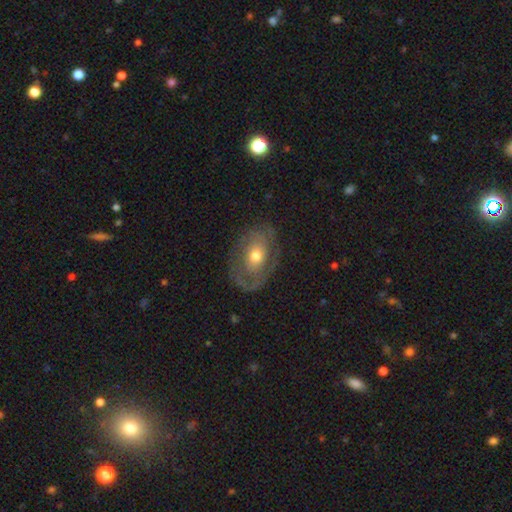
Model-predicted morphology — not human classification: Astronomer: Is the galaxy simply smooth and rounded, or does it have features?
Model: featured or disk — 64%.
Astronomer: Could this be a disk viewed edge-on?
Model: no — 94%.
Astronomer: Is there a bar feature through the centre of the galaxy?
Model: no — 84%.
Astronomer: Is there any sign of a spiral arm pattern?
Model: yes — 62% (runner-up: no, 38%).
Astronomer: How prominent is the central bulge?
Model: moderate — 71%.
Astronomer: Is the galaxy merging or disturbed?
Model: none — 68%.